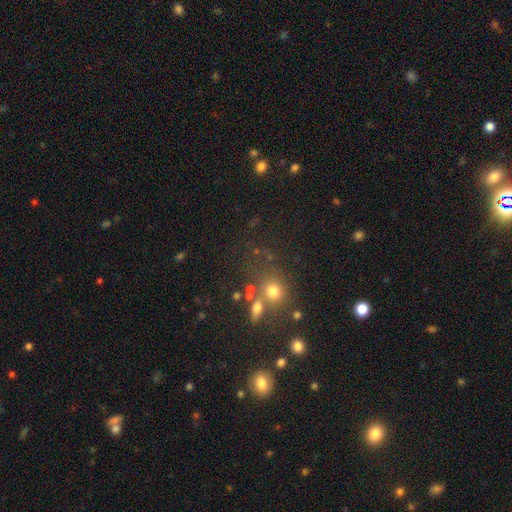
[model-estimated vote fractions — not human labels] Smooth or featured? Predicted: smooth (p=0.47). Merging? Predicted: none (p=0.56).